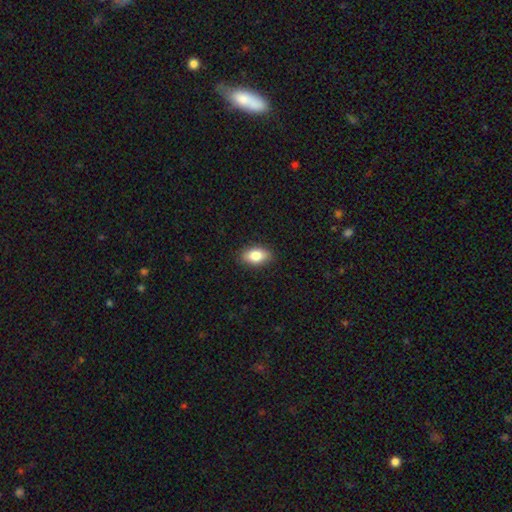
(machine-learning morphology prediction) Smooth or featured?
  - smooth: 82% *
  - featured or disk: 10%
  - star or artifact: 8%
How rounded?
  - in between: 88% *
  - round: 8%
  - cigar-shaped: 3%
Merging?
  - none: 88% *
  - minor disturbance: 9%
  - major disturbance: 2%
  - merger: 1%